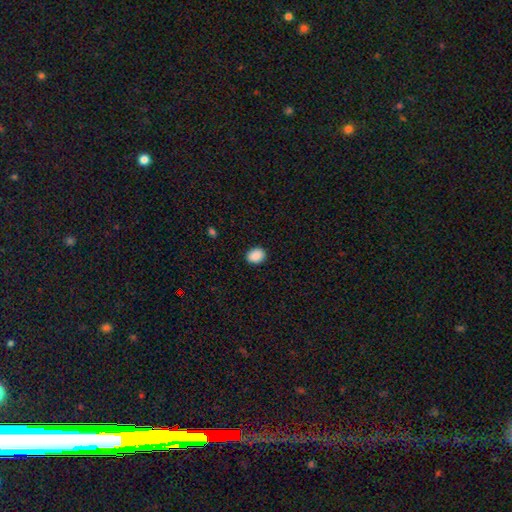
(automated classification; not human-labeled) This appears to be a smooth galaxy with no disk features (89%) that is in between round and cigar-shaped (53%). Merging: none (89%).